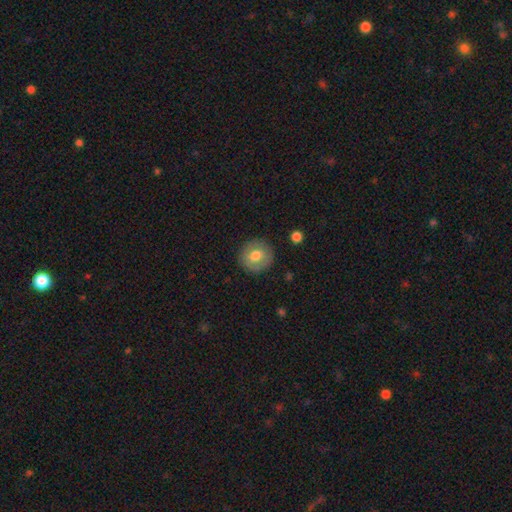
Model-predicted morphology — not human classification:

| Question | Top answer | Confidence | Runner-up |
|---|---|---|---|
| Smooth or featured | smooth | 71% | featured or disk (22%) |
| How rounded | round | 92% | in between (7%) |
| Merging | none | 87% | minor disturbance (9%) |